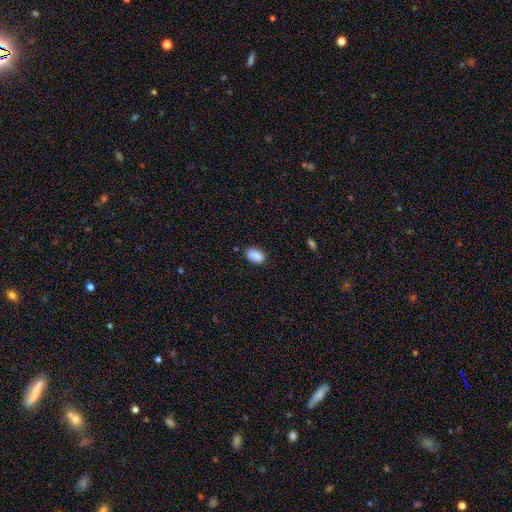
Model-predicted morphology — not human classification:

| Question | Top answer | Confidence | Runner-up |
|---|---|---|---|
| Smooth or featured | smooth | 89% | star or artifact (7%) |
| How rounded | in between | 91% | round (8%) |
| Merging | none | 81% | minor disturbance (14%) |